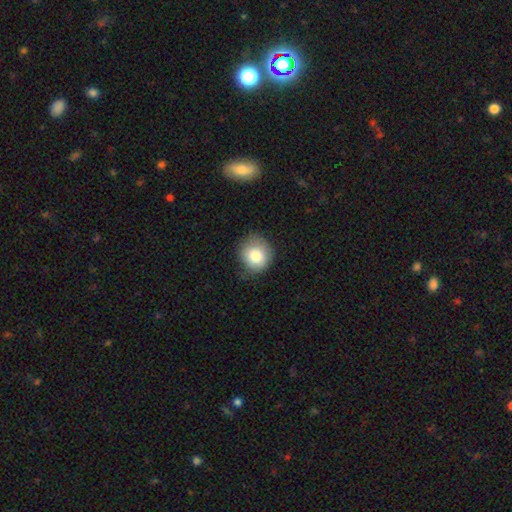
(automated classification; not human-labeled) Morphology: type=smooth (81%); roundness=round (80%); merging=none (70%).